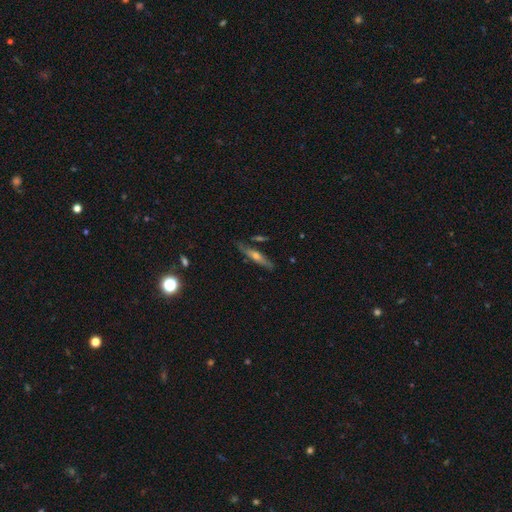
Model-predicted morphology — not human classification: smooth-or-featured: featured or disk: 60% | smooth: 32% | star or artifact: 8%
  disk-edge-on: yes: 86% | no: 14%
    edge-on-bulge: rounded: 81% | none: 13% | boxy: 6%
  merging: none: 78% | minor disturbance: 14% | merger: 4% | major disturbance: 4%